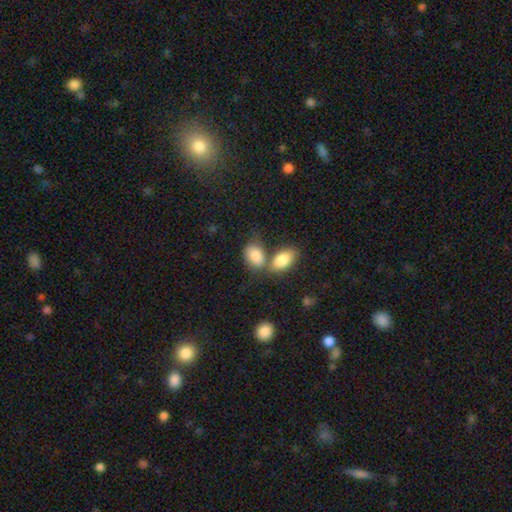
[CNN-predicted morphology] Smooth or featured? smooth (84%)
How rounded? in between (87%)
Merging? merger (44%)